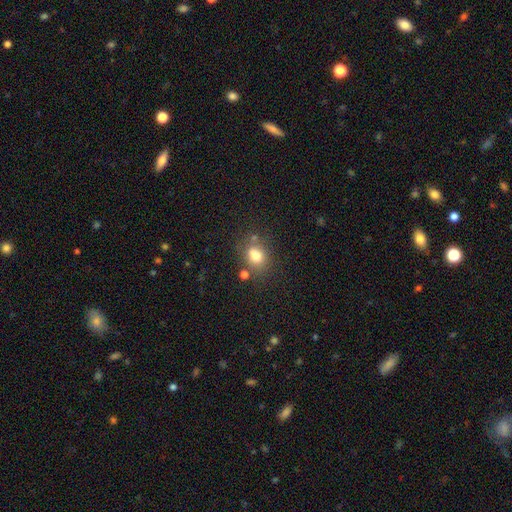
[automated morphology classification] A smooth galaxy with no disk features (74%) that is round (55%).

Vote fractions:
- Smooth or featured? smooth: 74% / star or artifact: 14% / featured or disk: 13%
- How rounded? round: 55% / in between: 43% / cigar-shaped: 1%
- Merging? none: 60% / merger: 19% / minor disturbance: 16% / major disturbance: 6%